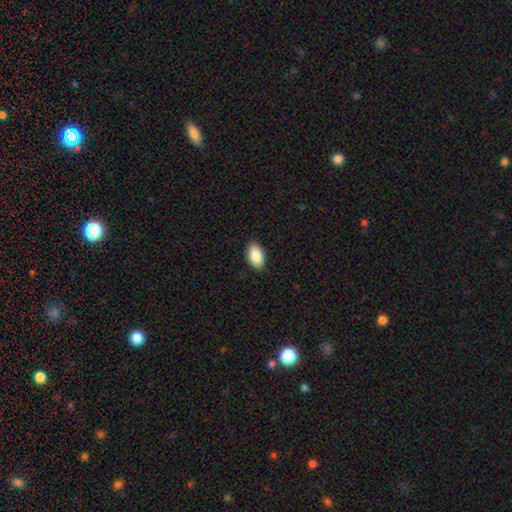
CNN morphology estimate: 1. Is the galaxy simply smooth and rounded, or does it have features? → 88% smooth, 6% star or artifact, 5% featured or disk.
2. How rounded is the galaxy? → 95% in between, 4% round, 2% cigar-shaped.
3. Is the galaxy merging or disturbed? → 89% none, 8% minor disturbance, 2% major disturbance, 1% merger.